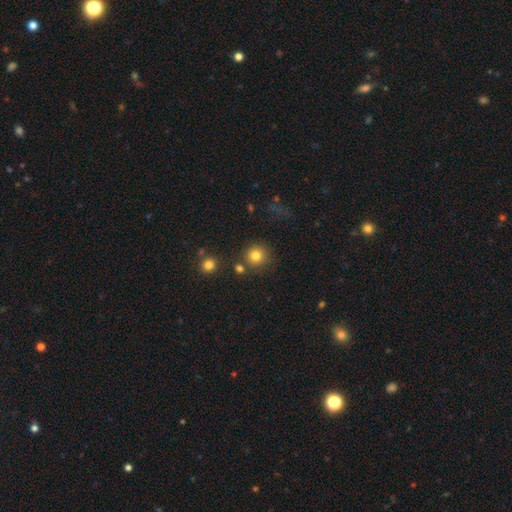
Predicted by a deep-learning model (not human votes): smooth-or-featured: smooth: 80% | star or artifact: 13% | featured or disk: 7%
  how-rounded: round: 92% | in between: 7% | cigar-shaped: 1%
  merging: none: 78% | minor disturbance: 9% | merger: 8% | major disturbance: 4%